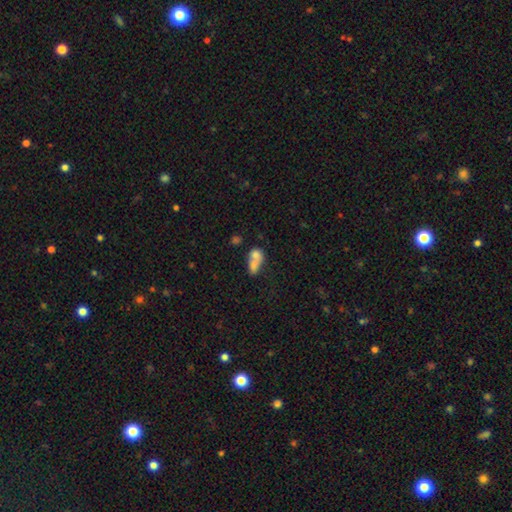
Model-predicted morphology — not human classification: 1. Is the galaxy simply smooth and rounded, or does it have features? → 69% smooth, 21% featured or disk, 10% star or artifact.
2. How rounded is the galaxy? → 62% in between, 34% round, 4% cigar-shaped.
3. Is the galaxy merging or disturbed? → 69% merger, 17% none, 7% minor disturbance, 6% major disturbance.